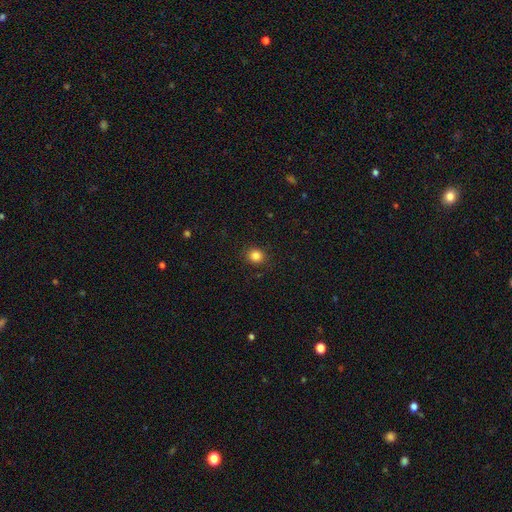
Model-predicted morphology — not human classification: Smooth or featured? smooth (85%)
How rounded? round (84%)
Merging? none (89%)